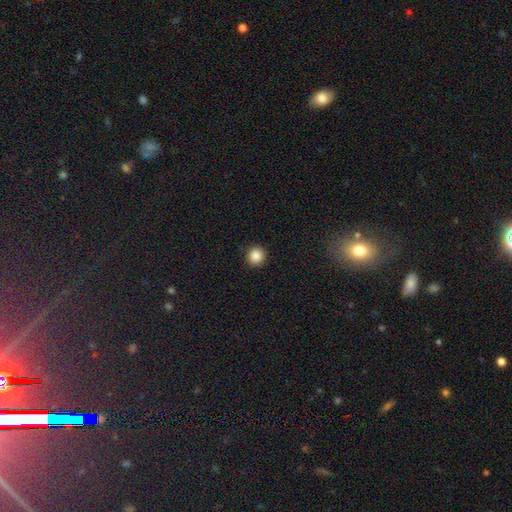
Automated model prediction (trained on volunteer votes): This appears to be a smooth galaxy with no disk features (86%) that is round (95%). Merging: none (93%).